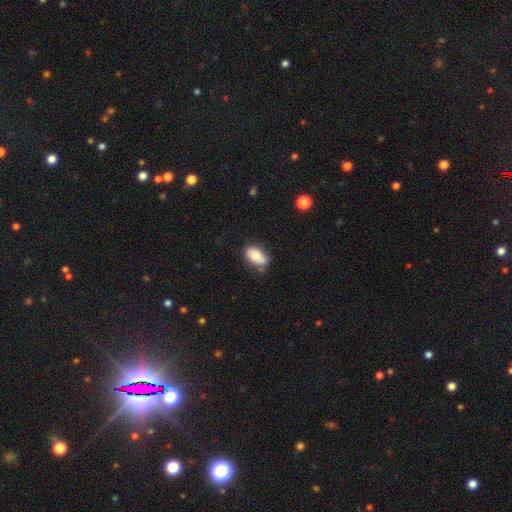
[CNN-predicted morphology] Smooth or featured? smooth (74%)
How rounded? in between (90%)
Merging? none (65%)